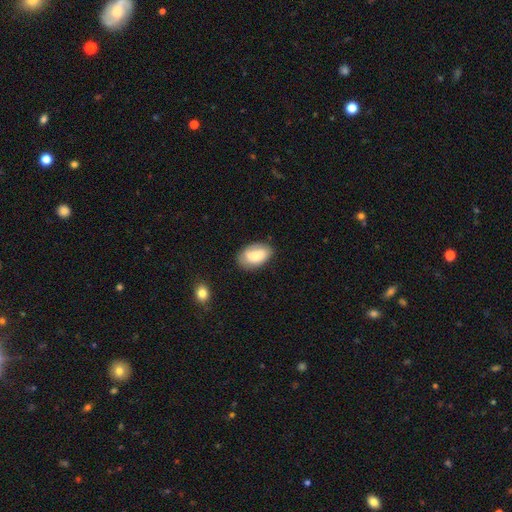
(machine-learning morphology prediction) This is likely a smooth galaxy (74%). How rounded: clearly in between (91%). Merging: likely none (72%).